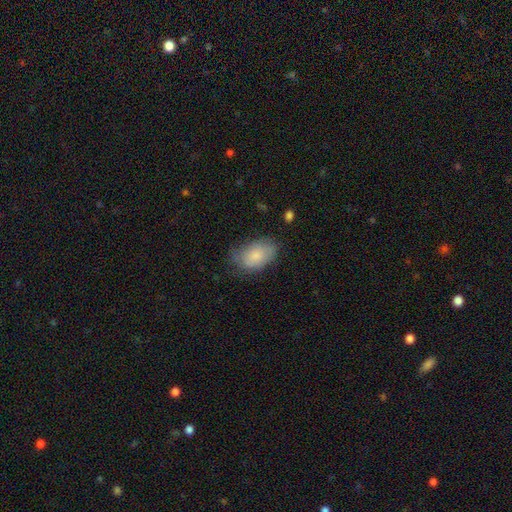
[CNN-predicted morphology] type=smooth (79%); roundness=in between (90%); merging=none (62%).